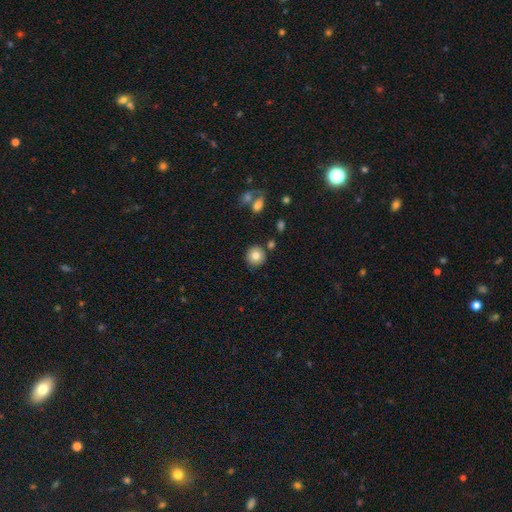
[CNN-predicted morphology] A smooth galaxy with no disk features (80%) that is round (93%). Merging: none (84%).